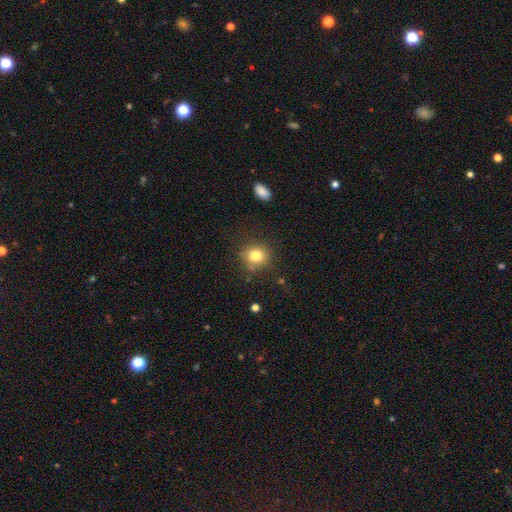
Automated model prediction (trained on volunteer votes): This is likely a smooth galaxy (79%). How rounded: clearly round (85%). Merging: likely none (80%).